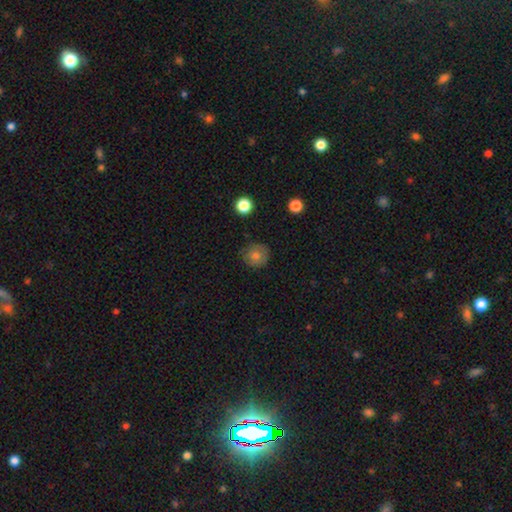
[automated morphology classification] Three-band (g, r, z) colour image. It shows a smooth galaxy with no disk features (74%) that is round (93%). Merging: none (83%).